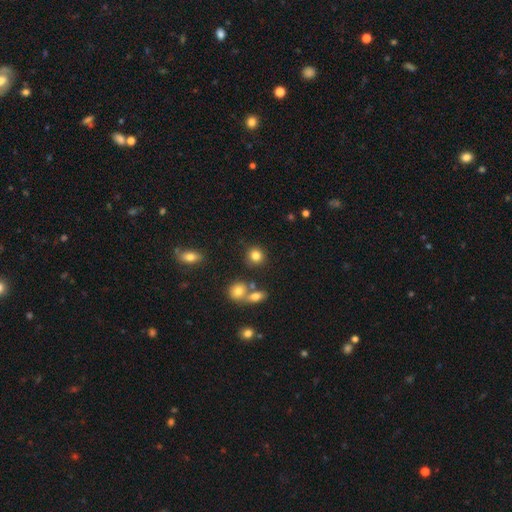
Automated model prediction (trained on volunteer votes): This appears to be a smooth galaxy with no disk features (83%) that is round (87%). Merging: none (81%).